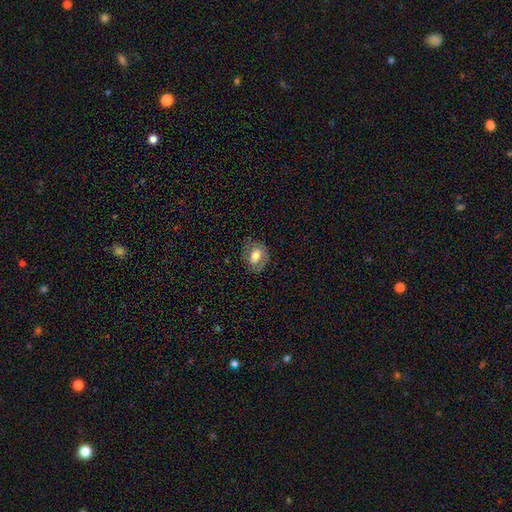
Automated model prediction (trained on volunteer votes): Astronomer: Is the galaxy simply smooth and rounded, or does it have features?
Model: smooth — 62%.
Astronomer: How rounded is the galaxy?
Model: in between — 58% (runner-up: round, 40%).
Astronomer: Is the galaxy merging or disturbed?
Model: none — 74%.